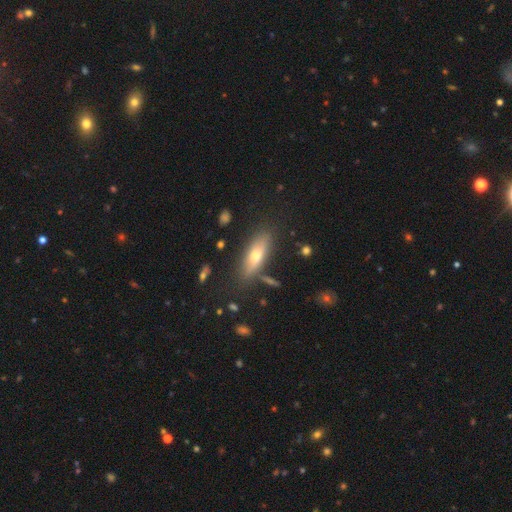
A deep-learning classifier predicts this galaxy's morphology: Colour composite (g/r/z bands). It shows a smooth galaxy with no disk features (61%) that is in between round and cigar-shaped (57%). Merging: none (78%).